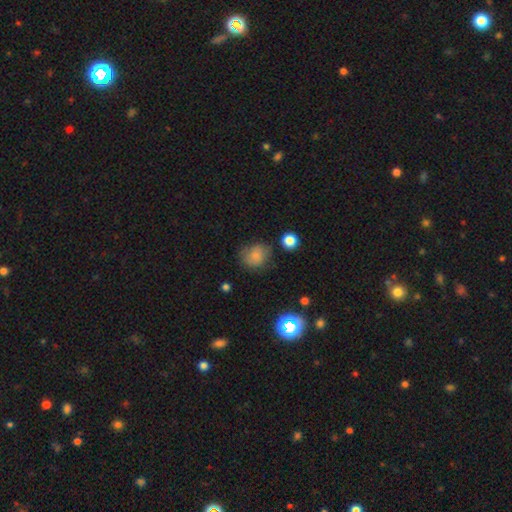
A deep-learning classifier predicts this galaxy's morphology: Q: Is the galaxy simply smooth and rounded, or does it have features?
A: smooth — 73%.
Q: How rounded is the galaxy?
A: round — 68%.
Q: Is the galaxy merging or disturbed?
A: none — 64%.